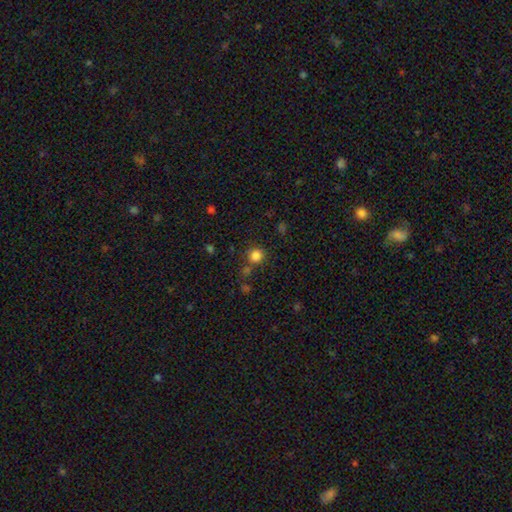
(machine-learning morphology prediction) The model was most divided on "merging": none: 75%, merger: 10%, minor disturbance: 10%, major disturbance: 5%. More confident: how rounded — round (89%); smooth or featured — smooth (82%).